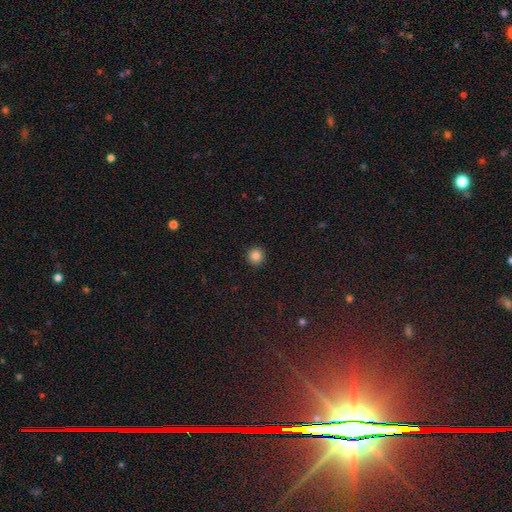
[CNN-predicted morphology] Smooth or featured? Predicted: smooth (p=0.84). How rounded? Predicted: round (p=0.94). Merging? Predicted: none (p=0.93).